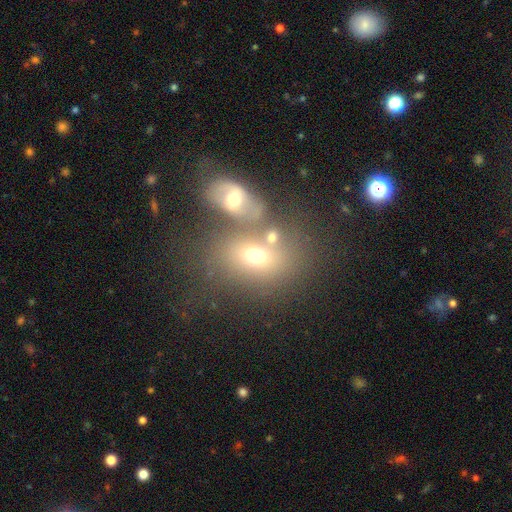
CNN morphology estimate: A smooth galaxy with no disk features (62%) that is in between round and cigar-shaped (71%). Merging: merger (44%).